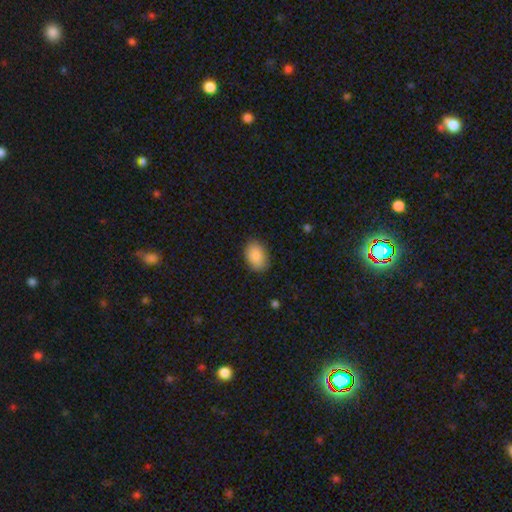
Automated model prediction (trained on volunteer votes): This is clearly a smooth galaxy (89%). How rounded: clearly in between (85%). Merging: clearly none (85%).